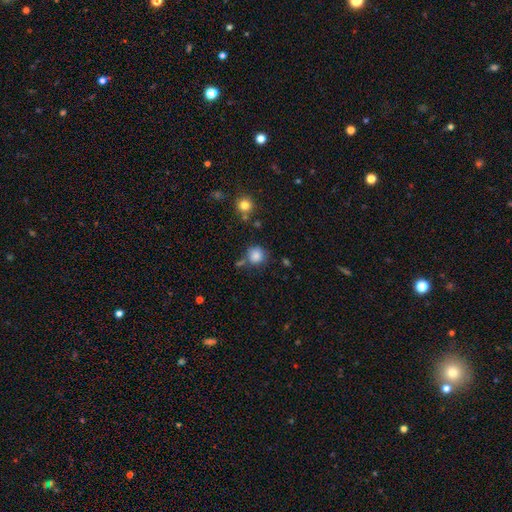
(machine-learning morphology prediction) A smooth galaxy with no disk features (84%) that is round (89%). Merging: none (71%).